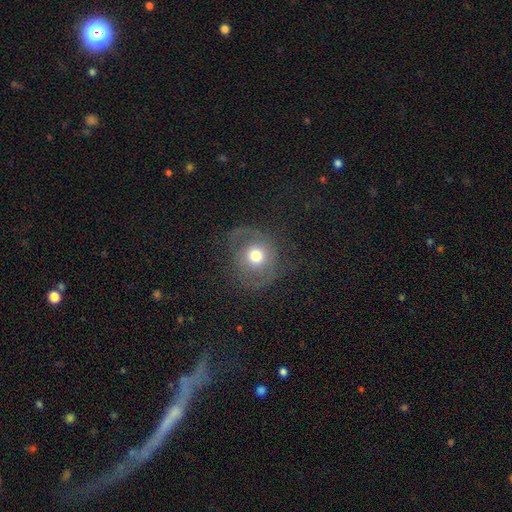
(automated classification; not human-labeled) smooth 51%, featured or disk 38%, star or artifact 11%. Down the decision tree: how rounded — round (81%); merging — none (66%).